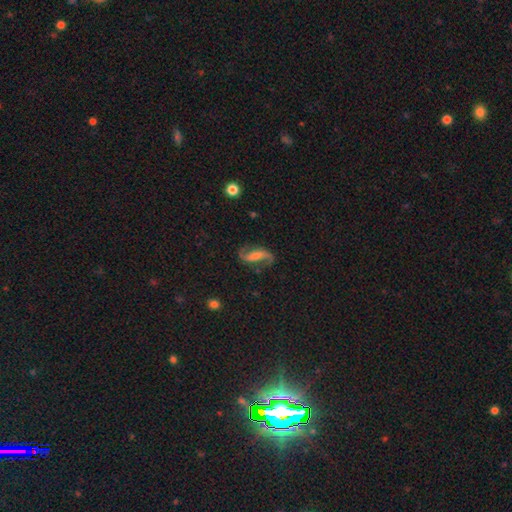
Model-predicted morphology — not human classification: This appears to be a featured or disk galaxy (85%) with a strong bar (37%), 2 (92%) loose (75%) spiral arms (96%) and a small central bulge (37%). Merging: none (77%).